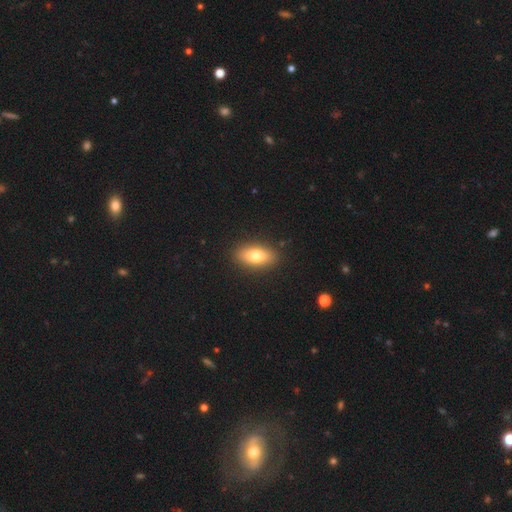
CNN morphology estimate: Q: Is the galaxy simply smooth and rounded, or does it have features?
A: smooth — 76%.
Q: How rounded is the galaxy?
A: in between — 84%.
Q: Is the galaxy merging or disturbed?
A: none — 90%.